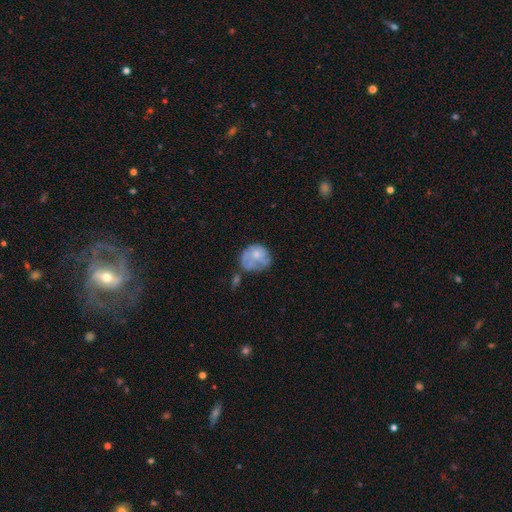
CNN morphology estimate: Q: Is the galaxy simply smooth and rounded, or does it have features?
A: smooth — 54%.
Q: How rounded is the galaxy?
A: round — 64%.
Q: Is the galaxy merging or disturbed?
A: none — 35%.